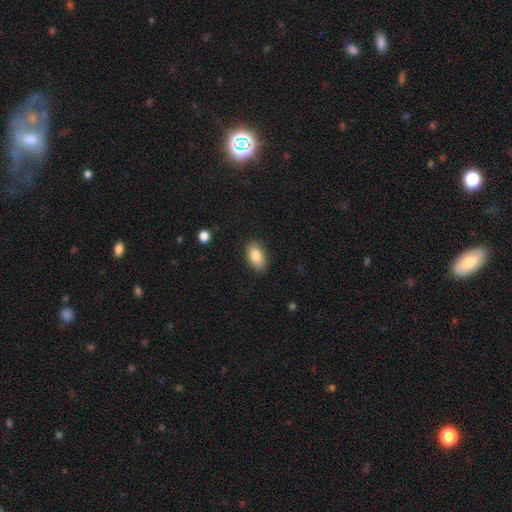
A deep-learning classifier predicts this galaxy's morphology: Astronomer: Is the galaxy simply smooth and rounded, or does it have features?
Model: smooth — 85%.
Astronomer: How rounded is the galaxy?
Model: in between — 92%.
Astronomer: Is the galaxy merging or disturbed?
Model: none — 87%.